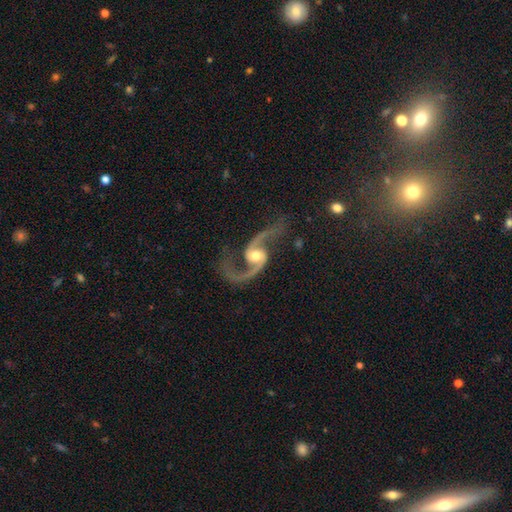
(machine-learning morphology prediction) A featured or disk galaxy (94%) with no bar (54%), 2 (95%) loose (67%) spiral arms (98%) and a moderate central bulge (67%).

Vote fractions:
- Smooth or featured? featured or disk: 94% / star or artifact: 4% / smooth: 2%
- Edge-on disk? no: 98% / yes: 2%
- Bar? no: 54% / weak: 33% / strong: 13%
- Spiral arms? yes: 98% / no: 2%
- Spiral winding? loose: 67% / medium: 28% / tight: 5%
- Spiral arm count? 2: 95% / 1: 1% / can't tell: 1% / 3: 1% / 4: 1% / more than 4: 1%
- Bulge size? moderate: 67% / small: 20% / large: 10% / none: 2% / dominant: 1%
- Merging? none: 77% / minor disturbance: 13% / major disturbance: 8% / merger: 2%